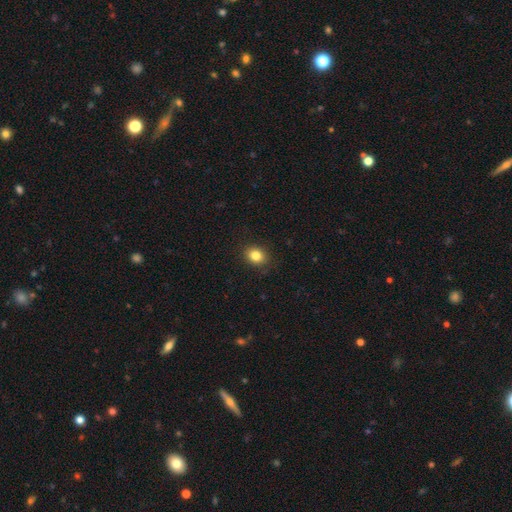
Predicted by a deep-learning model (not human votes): Smooth or featured: smooth — 83% (star or artifact — 11%)
How rounded: round — 59% (in between — 40%)
Merging: none — 89% (minor disturbance — 8%)